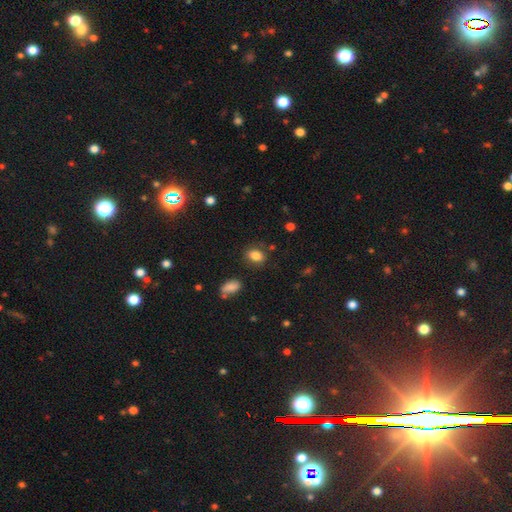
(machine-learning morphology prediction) Smooth or featured? Predicted: smooth (p=0.84). How rounded? Predicted: in between (p=0.74). Merging? Predicted: none (p=0.79).